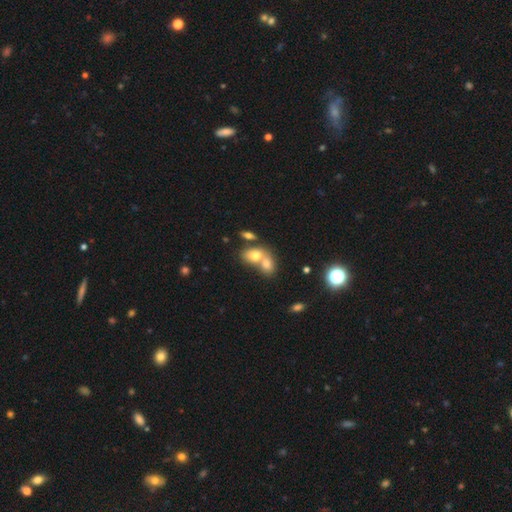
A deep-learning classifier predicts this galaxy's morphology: A smooth galaxy with no disk features (72%) that is in between round and cigar-shaped (73%). Merging: merger (66%).